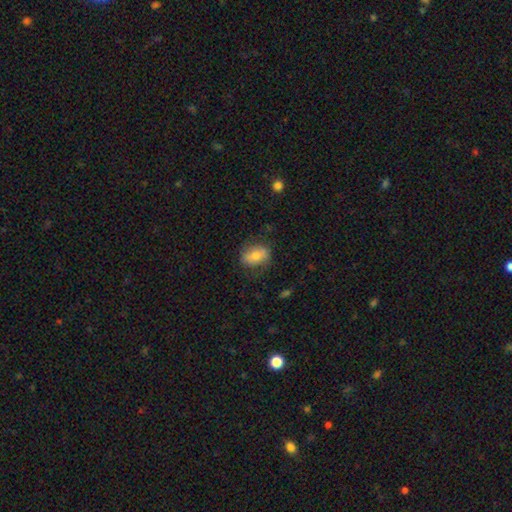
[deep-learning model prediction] This appears to be a smooth galaxy with no disk features (65%) that is in between round and cigar-shaped (75%). Merging: none (74%).